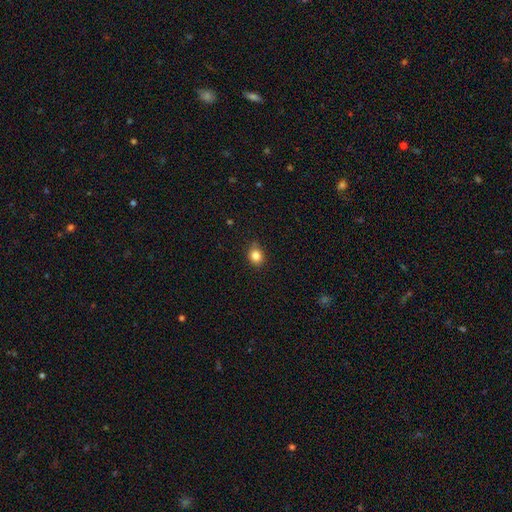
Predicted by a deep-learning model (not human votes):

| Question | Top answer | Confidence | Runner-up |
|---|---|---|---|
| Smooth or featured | smooth | 84% | star or artifact (11%) |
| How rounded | round | 64% | in between (35%) |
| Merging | none | 77% | minor disturbance (18%) |